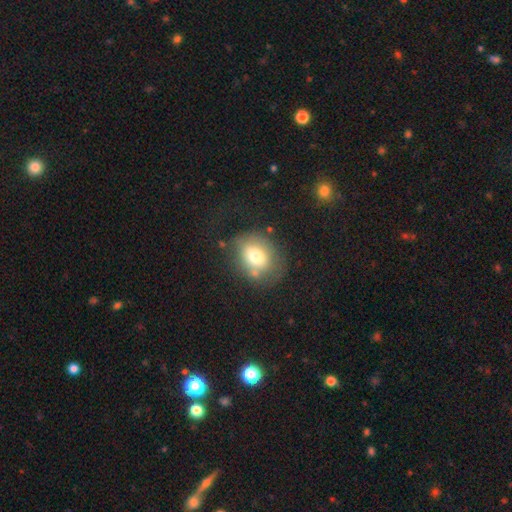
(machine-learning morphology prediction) This appears to be a smooth galaxy with no disk features (70%) that is round (58%). Merging: none (61%).